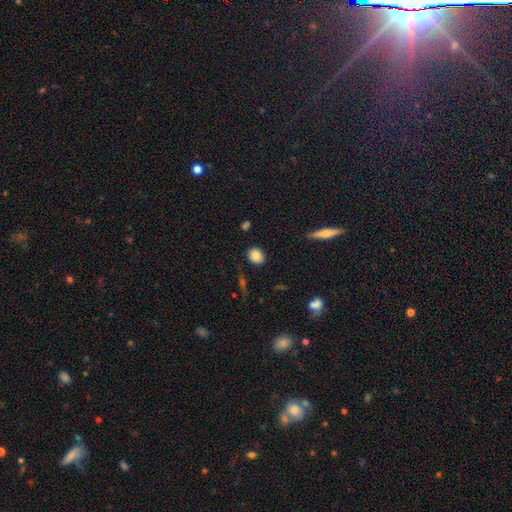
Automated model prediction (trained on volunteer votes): Overall: smooth (86%). How rounded: round (60%; in between 39%). Merging: none (86%).